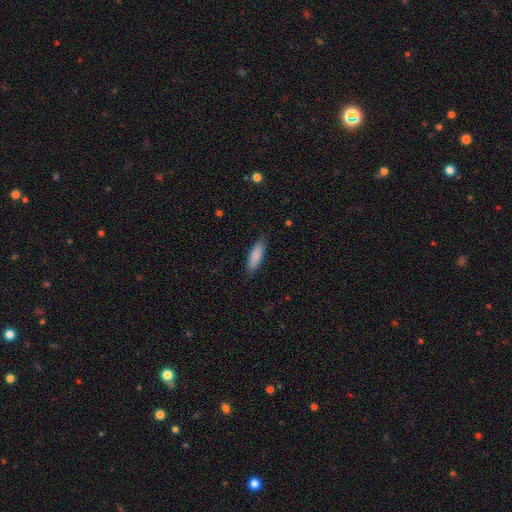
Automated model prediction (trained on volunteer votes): This appears to be a smooth galaxy with no disk features (88%) that is in between round and cigar-shaped (54%). Merging: none (87%).